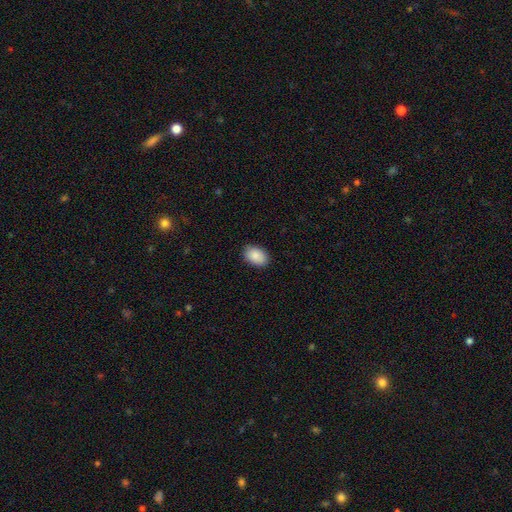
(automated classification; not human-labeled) Smooth or featured? Predicted: smooth (p=0.89). How rounded? Predicted: in between (p=0.88). Merging? Predicted: none (p=0.87).